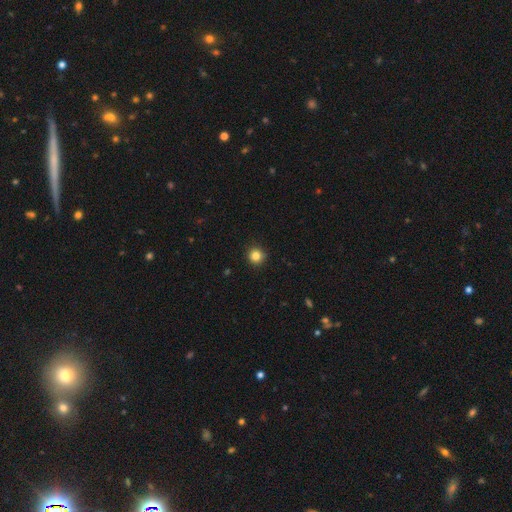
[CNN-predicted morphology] Smooth or featured?
  - smooth: 84% *
  - star or artifact: 12%
  - featured or disk: 4%
How rounded?
  - round: 95% *
  - in between: 4%
  - cigar-shaped: 1%
Merging?
  - none: 91% *
  - minor disturbance: 7%
  - major disturbance: 2%
  - merger: 1%